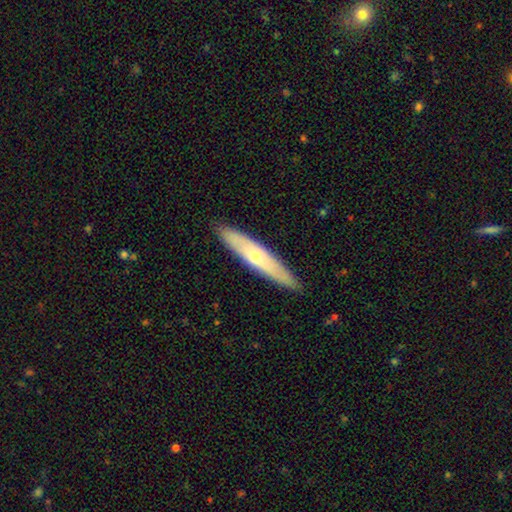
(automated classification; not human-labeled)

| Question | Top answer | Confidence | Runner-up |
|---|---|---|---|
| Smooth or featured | featured or disk | 49% | smooth (44%) |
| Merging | none | 89% | minor disturbance (8%) |